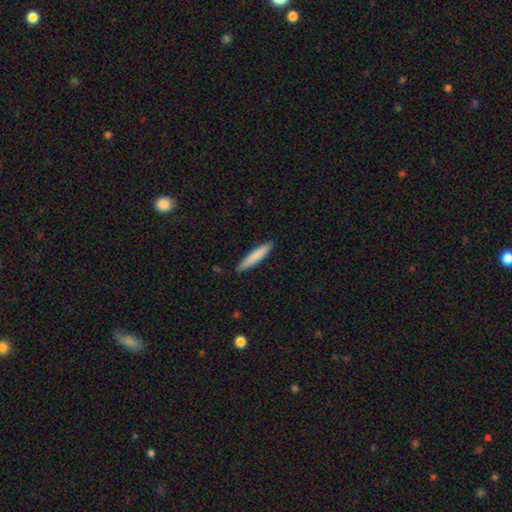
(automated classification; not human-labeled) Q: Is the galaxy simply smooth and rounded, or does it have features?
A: smooth — 82%.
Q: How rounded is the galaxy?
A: cigar-shaped — 90%.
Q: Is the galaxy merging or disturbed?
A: none — 89%.